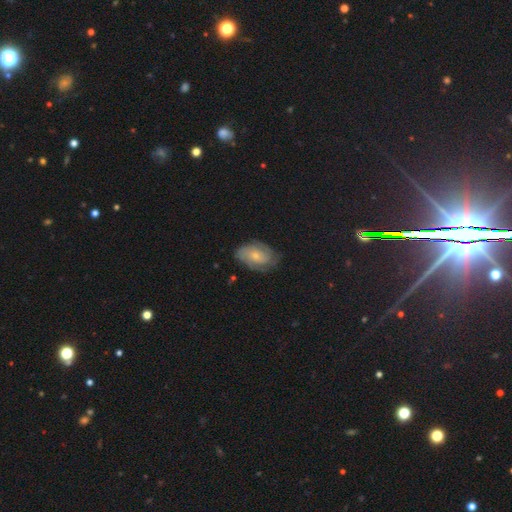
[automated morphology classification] smooth-or-featured: featured or disk: 69% | smooth: 24% | star or artifact: 7%
  disk-edge-on: no: 96% | yes: 4%
    bar: no: 72% | weak: 24% | strong: 4%
    has-spiral-arms: yes: 91% | no: 9%
      spiral-winding: tight: 56% | medium: 33% | loose: 11%
      spiral-arm-count: can't tell: 34% | 2: 29% | 3: 20% | 4: 8% | 1: 5% | more than 4: 5%
    bulge-size: small: 66% | moderate: 28% | none: 3% | large: 2% | dominant: 1%
  merging: none: 73% | minor disturbance: 20% | major disturbance: 6% | merger: 1%